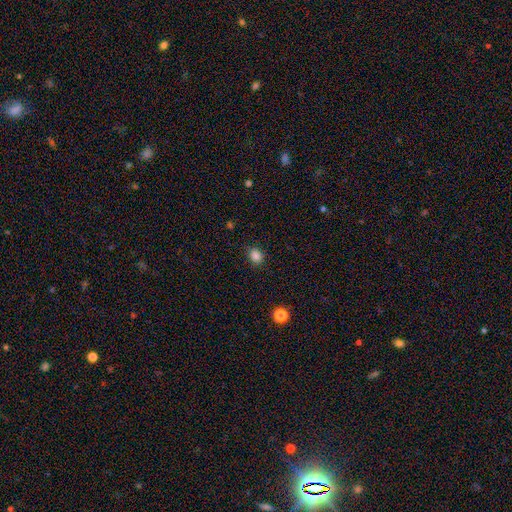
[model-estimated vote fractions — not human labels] Smooth or featured: smooth — 85% (star or artifact — 12%)
How rounded: round — 55% (in between — 44%)
Merging: none — 86% (minor disturbance — 10%)